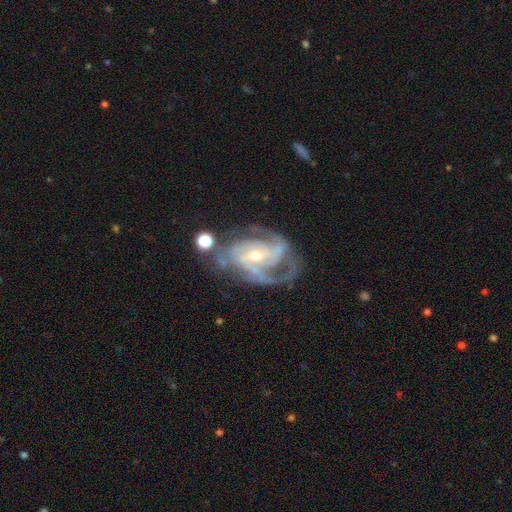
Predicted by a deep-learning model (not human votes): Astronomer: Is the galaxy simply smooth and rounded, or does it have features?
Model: featured or disk — 89%.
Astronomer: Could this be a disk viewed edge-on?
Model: no — 97%.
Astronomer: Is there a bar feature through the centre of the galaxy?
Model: no — 44% (runner-up: weak, 40%).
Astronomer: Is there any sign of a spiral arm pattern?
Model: yes — 95%.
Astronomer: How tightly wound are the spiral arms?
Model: tight — 45% (runner-up: medium, 44%).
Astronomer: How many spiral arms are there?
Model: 3 — 33% (runner-up: 2, 30%).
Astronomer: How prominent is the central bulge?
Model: small — 52% (runner-up: moderate, 44%).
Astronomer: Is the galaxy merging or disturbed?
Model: none — 50%.